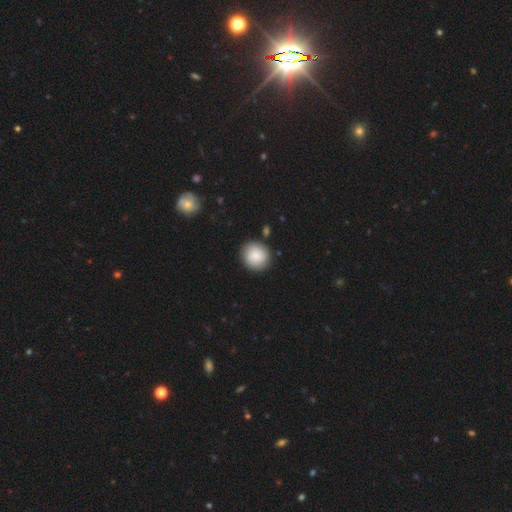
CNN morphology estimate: Smooth or featured: smooth — 86% (featured or disk — 8%)
How rounded: round — 88% (in between — 11%)
Merging: none — 86% (minor disturbance — 9%)